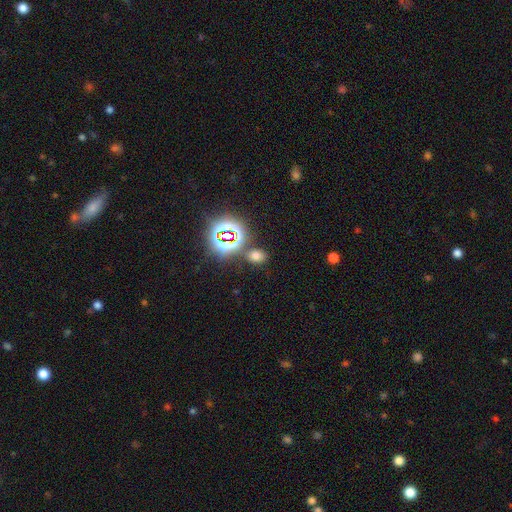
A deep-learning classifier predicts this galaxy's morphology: Smooth or featured?
  - smooth: 60% *
  - star or artifact: 33%
  - featured or disk: 7%
How rounded?
  - in between: 69% *
  - round: 29%
  - cigar-shaped: 2%
Merging?
  - none: 79% *
  - minor disturbance: 10%
  - merger: 7%
  - major disturbance: 4%